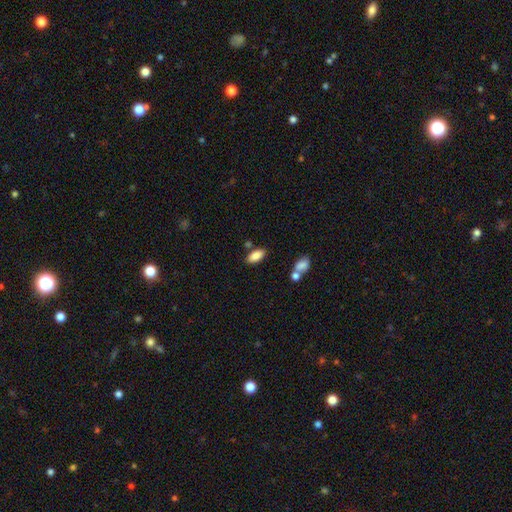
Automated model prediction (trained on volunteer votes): This is clearly a smooth galaxy (86%). How rounded: clearly in between (89%). Merging: likely none (77%).